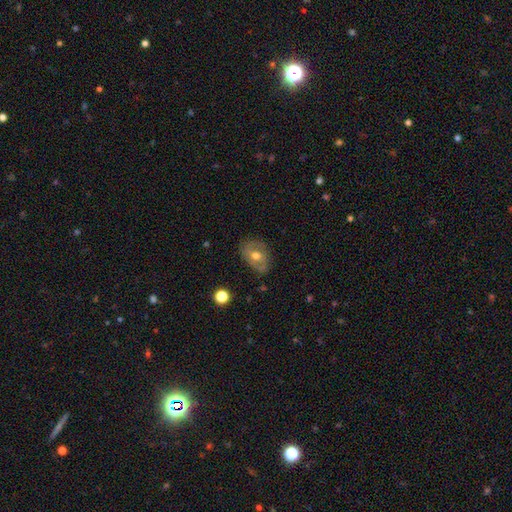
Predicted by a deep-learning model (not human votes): The model was most divided on "smooth or featured": featured or disk: 48%, smooth: 44%, star or artifact: 9%. More confident: merging — none (69%).